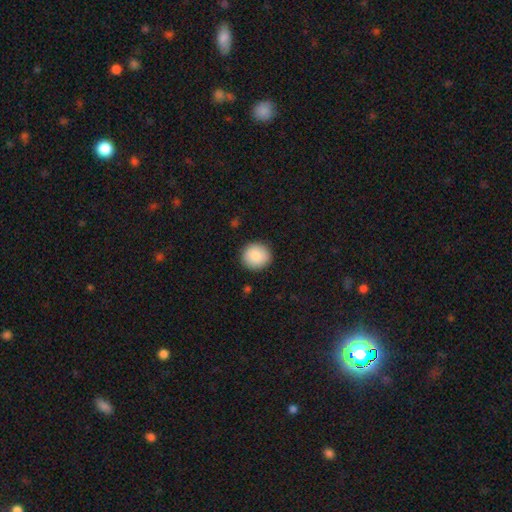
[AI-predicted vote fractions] Smooth or featured? smooth (88%)
How rounded? round (90%)
Merging? none (90%)